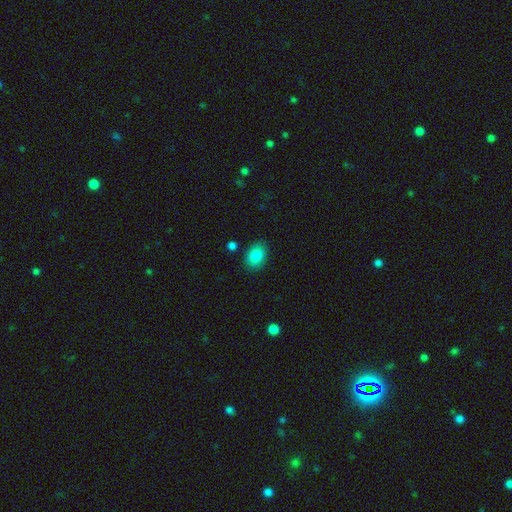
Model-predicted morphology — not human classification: Smooth or featured? smooth (86%)
How rounded? in between (78%)
Merging? none (85%)